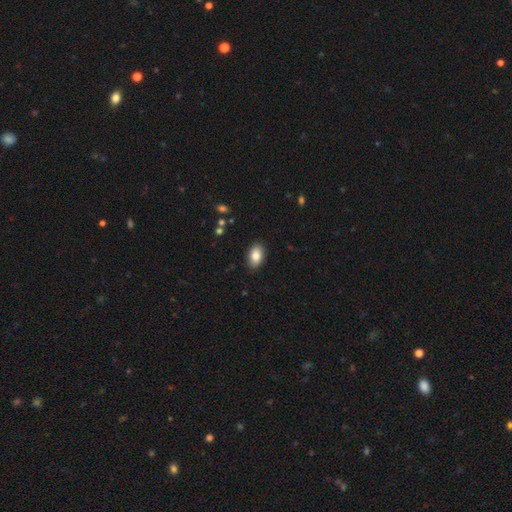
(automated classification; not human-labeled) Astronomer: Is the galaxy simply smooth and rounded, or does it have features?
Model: smooth — 84%.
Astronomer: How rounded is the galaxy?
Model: in between — 91%.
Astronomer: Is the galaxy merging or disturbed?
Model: none — 88%.